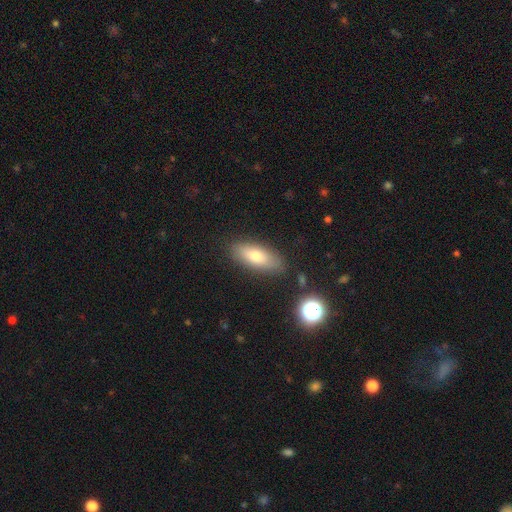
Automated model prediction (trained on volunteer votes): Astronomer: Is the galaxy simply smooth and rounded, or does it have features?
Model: smooth — 71%.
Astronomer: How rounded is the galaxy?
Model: in between — 71%.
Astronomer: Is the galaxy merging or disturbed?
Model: none — 84%.